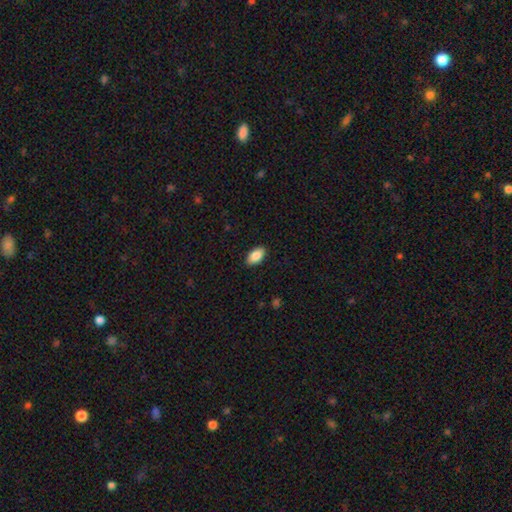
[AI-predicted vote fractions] Smooth or featured: smooth — 87% (star or artifact — 7%)
How rounded: in between — 94% (round — 3%)
Merging: none — 89% (minor disturbance — 8%)